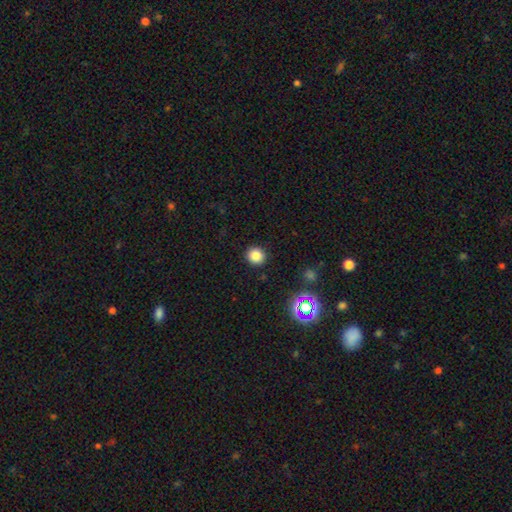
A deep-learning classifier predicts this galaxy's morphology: A smooth galaxy with no disk features (82%) that is round (90%).

Vote fractions:
- Smooth or featured? smooth: 82% / star or artifact: 13% / featured or disk: 4%
- How rounded? round: 90% / in between: 9% / cigar-shaped: 1%
- Merging? none: 91% / minor disturbance: 6% / major disturbance: 2% / merger: 1%